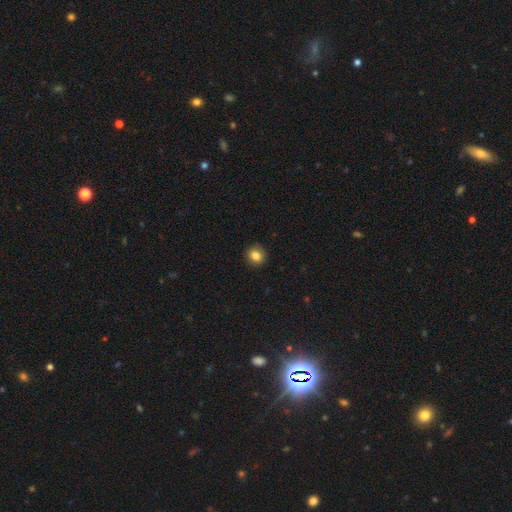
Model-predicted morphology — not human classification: type=smooth (84%); roundness=round (85%); merging=none (90%).